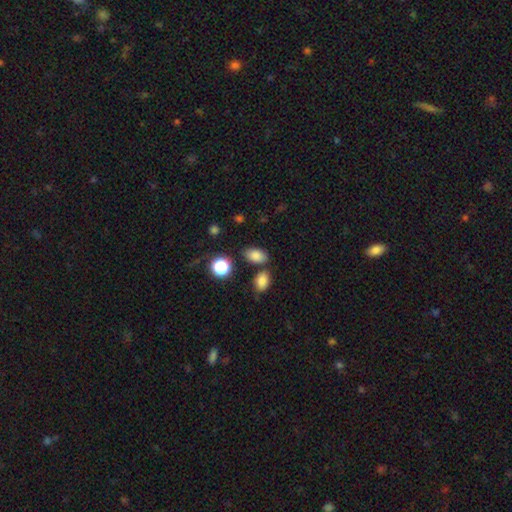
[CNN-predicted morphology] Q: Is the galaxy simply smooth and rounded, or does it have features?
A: smooth — 81%.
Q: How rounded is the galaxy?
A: in between — 87%.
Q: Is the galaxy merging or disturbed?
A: none — 74%.